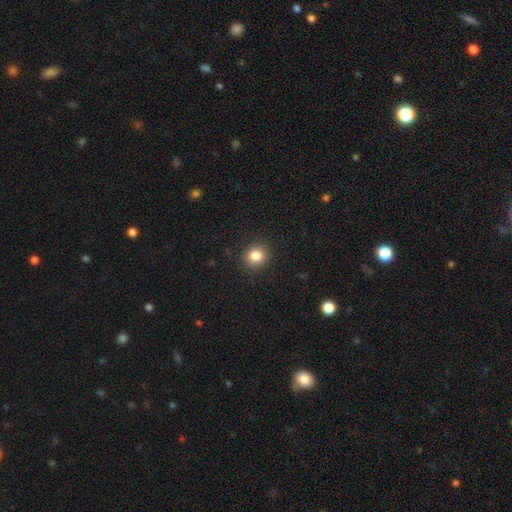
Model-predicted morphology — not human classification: The model was most divided on "smooth or featured": smooth: 83%, star or artifact: 11%, featured or disk: 6%. More confident: merging — none (91%); how rounded — round (86%).